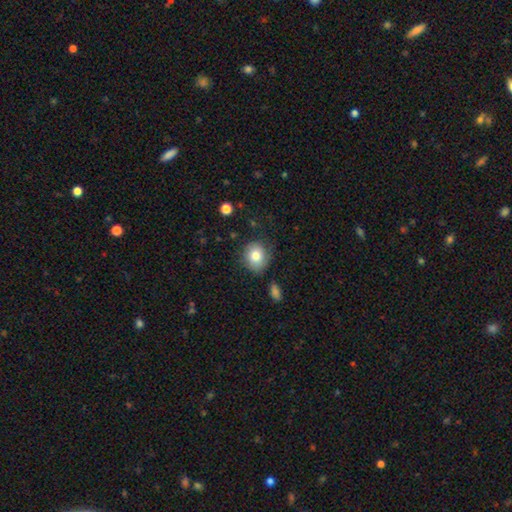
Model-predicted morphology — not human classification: The model was most divided on "how rounded": round: 71%, in between: 28%, cigar-shaped: 1%. More confident: smooth or featured — smooth (80%); merging — none (78%).